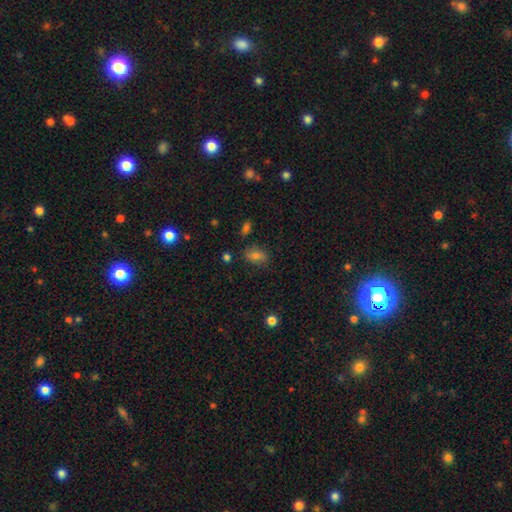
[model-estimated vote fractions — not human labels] The model was most divided on "smooth or featured": smooth: 69%, star or artifact: 16%, featured or disk: 15%. More confident: how rounded — in between (82%); merging — none (78%).